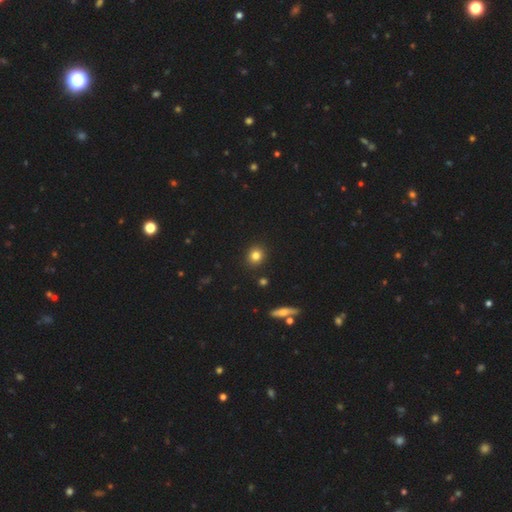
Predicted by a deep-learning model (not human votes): Smooth or featured?
  - smooth: 81% *
  - star or artifact: 12%
  - featured or disk: 7%
How rounded?
  - round: 80% *
  - in between: 19%
  - cigar-shaped: 1%
Merging?
  - none: 90% *
  - minor disturbance: 6%
  - merger: 2%
  - major disturbance: 2%